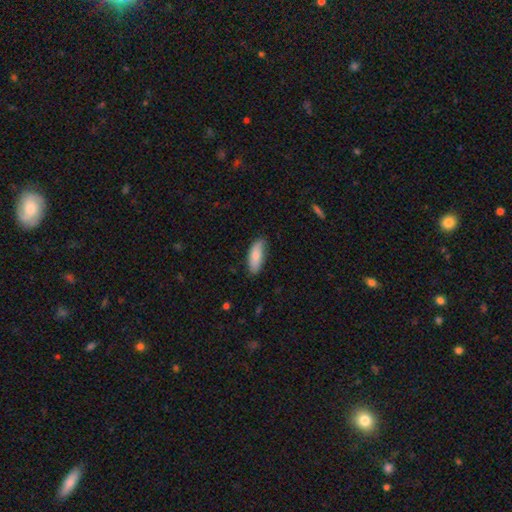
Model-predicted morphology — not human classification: smooth-or-featured: smooth: 79% | featured or disk: 16% | star or artifact: 6%
  how-rounded: in between: 73% | cigar-shaped: 25% | round: 2%
  merging: none: 78% | minor disturbance: 18% | major disturbance: 3% | merger: 1%